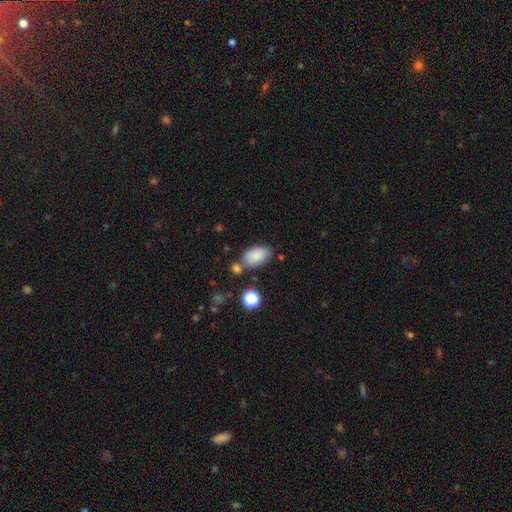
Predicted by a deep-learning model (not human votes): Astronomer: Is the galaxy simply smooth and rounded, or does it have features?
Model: smooth — 85%.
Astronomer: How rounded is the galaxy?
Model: in between — 92%.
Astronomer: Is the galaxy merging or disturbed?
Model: none — 65%.